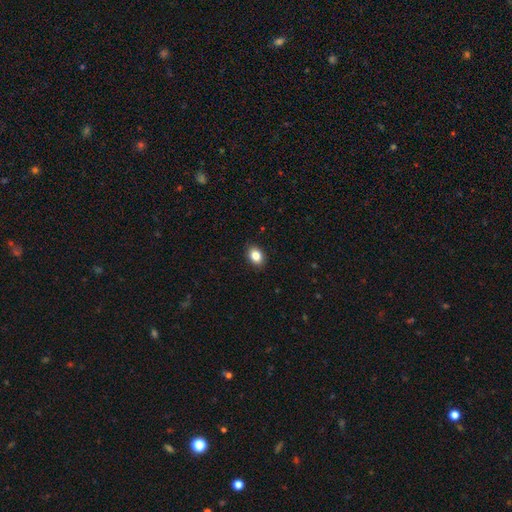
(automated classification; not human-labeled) smooth_or_featured: smooth (p=0.85) [alt: star or artifact p=0.09]
how_rounded: in between (p=0.68) [alt: round p=0.31]
merging: none (p=0.89) [alt: minor disturbance p=0.08]